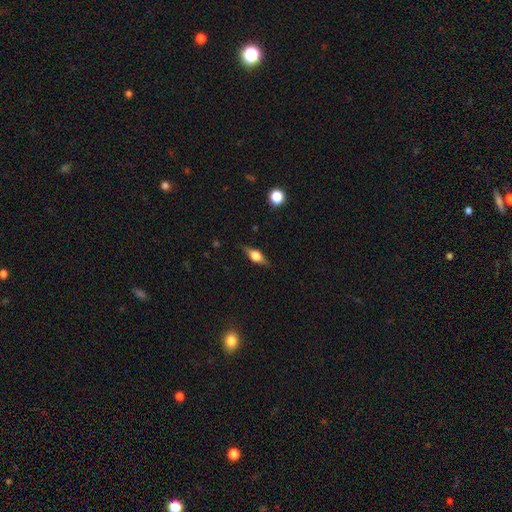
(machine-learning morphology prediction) Smooth or featured: featured or disk — 58% (smooth — 33%)
Edge-on disk: yes — 95% (no — 5%)
Edge-on bulge: rounded — 91% (boxy — 8%)
Merging: none — 84% (minor disturbance — 12%)